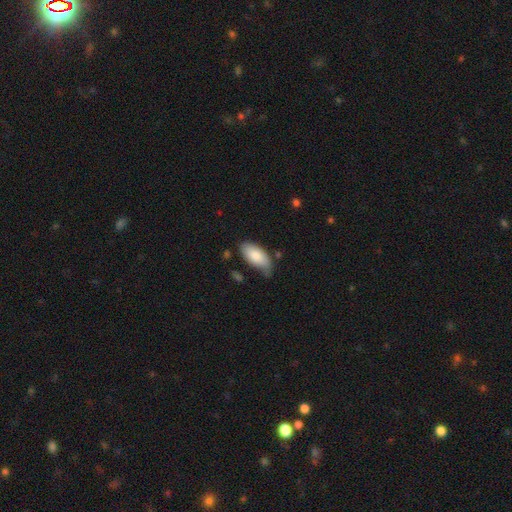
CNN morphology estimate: Smooth or featured? smooth (83%)
How rounded? in between (92%)
Merging? none (63%)